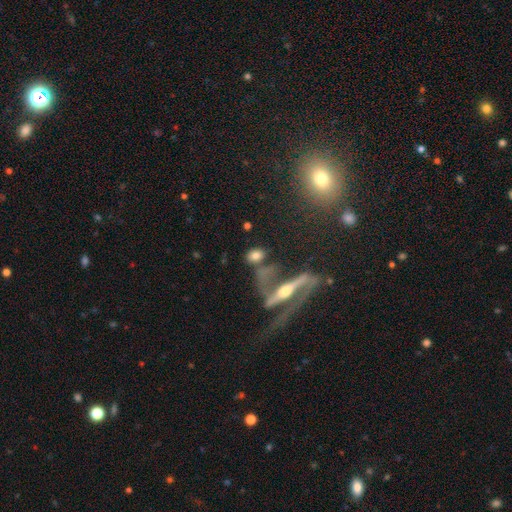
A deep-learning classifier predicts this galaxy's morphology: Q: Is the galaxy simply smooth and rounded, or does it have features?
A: smooth — 66%.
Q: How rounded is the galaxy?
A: in between — 68%.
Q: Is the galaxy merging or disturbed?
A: none — 62%.